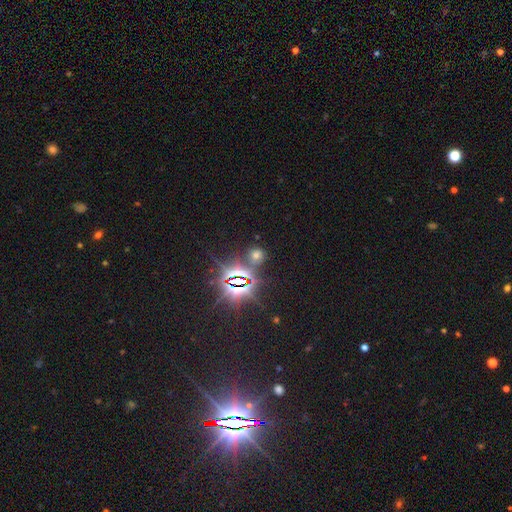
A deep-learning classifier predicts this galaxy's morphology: A star or artifact, not a galaxy (59%).

Vote fractions:
- Smooth or featured? star or artifact: 59% / smooth: 33% / featured or disk: 9%